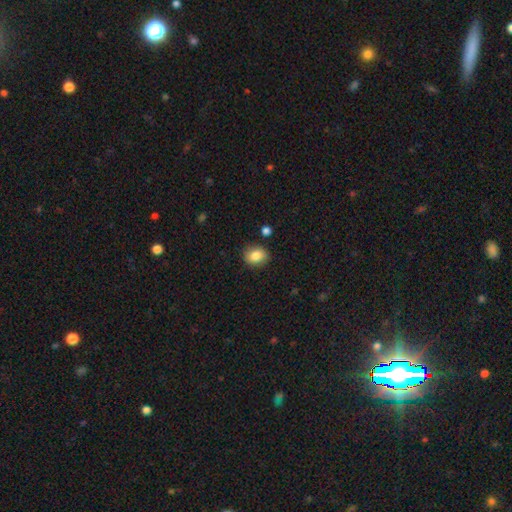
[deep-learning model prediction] The model was most divided on "how rounded": round: 57%, in between: 42%, cigar-shaped: 1%. More confident: merging — none (85%); smooth or featured — smooth (84%).